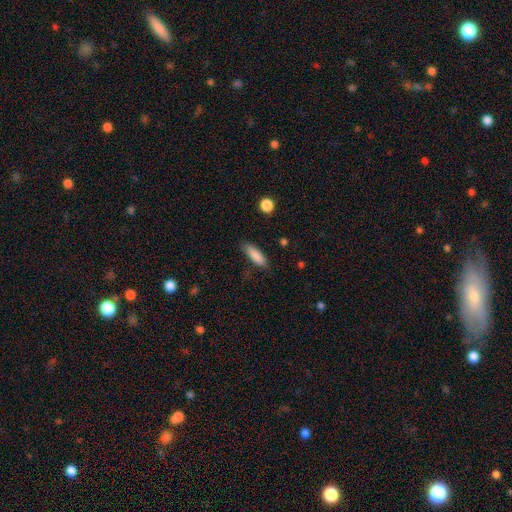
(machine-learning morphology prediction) type=smooth (86%); roundness=cigar-shaped (49%, tied with in between); merging=none (80%).